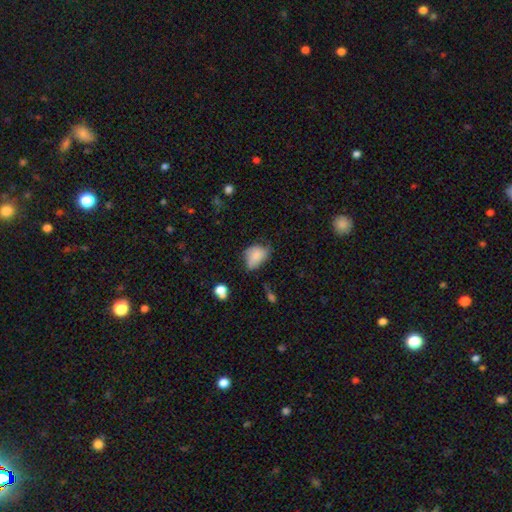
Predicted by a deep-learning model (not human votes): The model was most divided on "merging": minor disturbance: 42%, none: 40%, major disturbance: 16%, merger: 3%. More confident: smooth or featured — smooth (72%); how rounded — in between (70%).